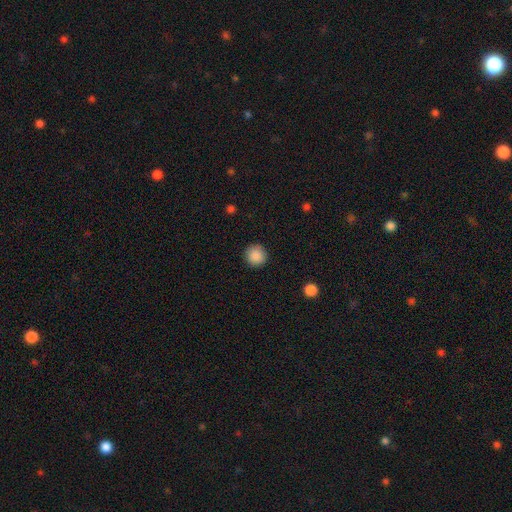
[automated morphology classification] type=smooth (88%); roundness=round (95%); merging=none (91%).